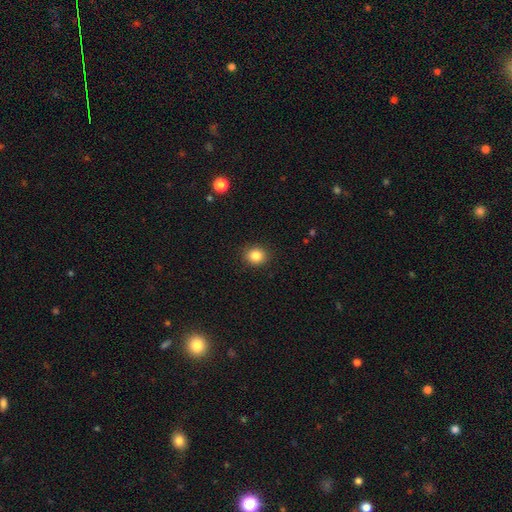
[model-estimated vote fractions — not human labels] This appears to be a smooth galaxy with no disk features (85%) that is round (78%). Merging: none (91%).